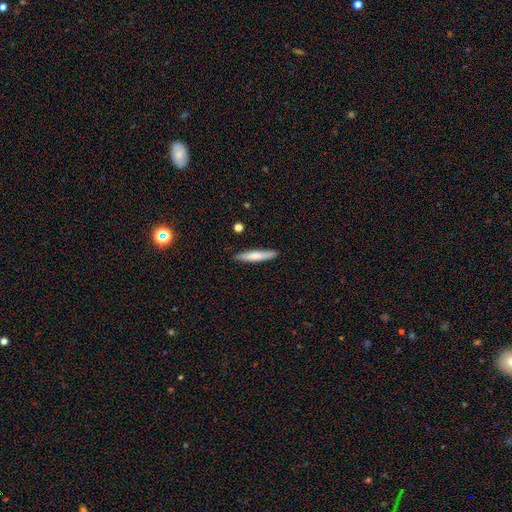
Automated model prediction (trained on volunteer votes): Smooth or featured? Predicted: smooth (p=0.71). How rounded? Predicted: cigar-shaped (p=0.91). Merging? Predicted: none (p=0.88).